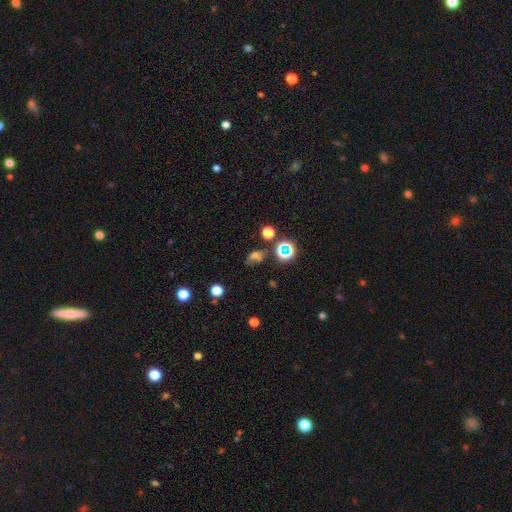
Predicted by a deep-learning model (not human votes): smooth-or-featured: smooth: 41% | star or artifact: 40% | featured or disk: 20%
  merging: none: 60% | minor disturbance: 20% | major disturbance: 12% | merger: 9%